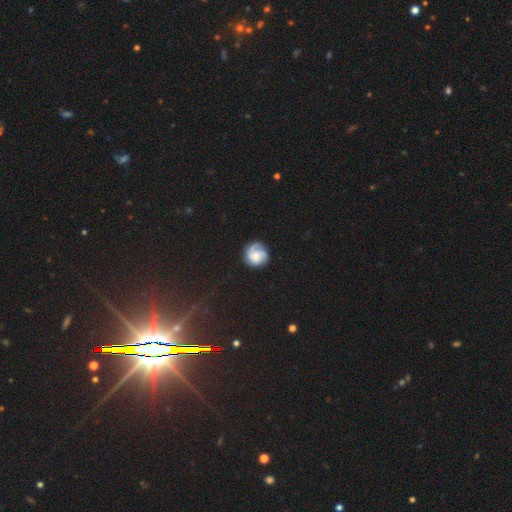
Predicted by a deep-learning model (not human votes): Smooth or featured?
  - featured or disk: 62% *
  - smooth: 30%
  - star or artifact: 8%
Edge-on disk?
  - no: 98% *
  - yes: 2%
Bar?
  - no: 64% *
  - weak: 31%
  - strong: 6%
Spiral arms?
  - yes: 93% *
  - no: 7%
Spiral winding?
  - tight: 53% *
  - medium: 34%
  - loose: 12%
Spiral arm count?
  - 2: 40% *
  - 1: 23%
  - can't tell: 16%
  - 3: 15%
  - 4: 3%
  - more than 4: 3%
Bulge size?
  - moderate: 36% *
  - small: 35%
  - none: 15%
  - large: 12%
  - dominant: 2%
Merging?
  - none: 74% *
  - minor disturbance: 18%
  - major disturbance: 7%
  - merger: 2%